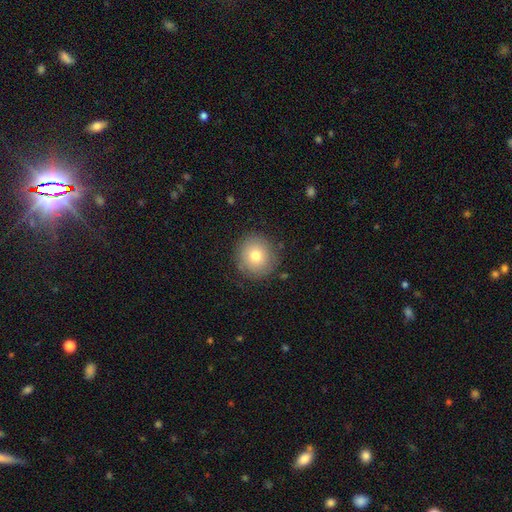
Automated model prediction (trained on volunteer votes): A smooth galaxy with no disk features (74%) that is round (91%).

Vote fractions:
- Smooth or featured? smooth: 74% / featured or disk: 16% / star or artifact: 10%
- How rounded? round: 91% / in between: 8% / cigar-shaped: 1%
- Merging? none: 84% / minor disturbance: 11% / major disturbance: 4% / merger: 1%